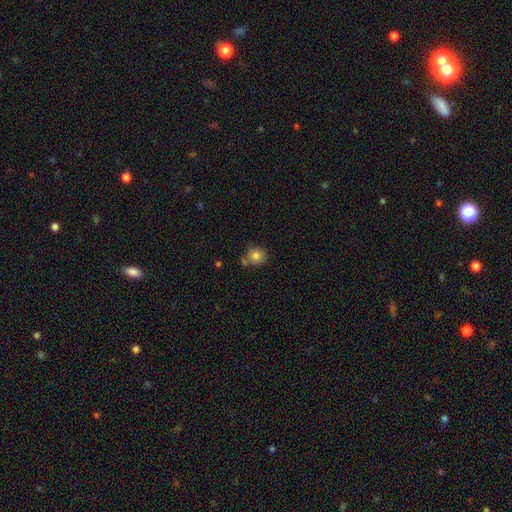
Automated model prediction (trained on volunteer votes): Morphology: type=smooth (81%); roundness=round (83%); merging=none (66%).